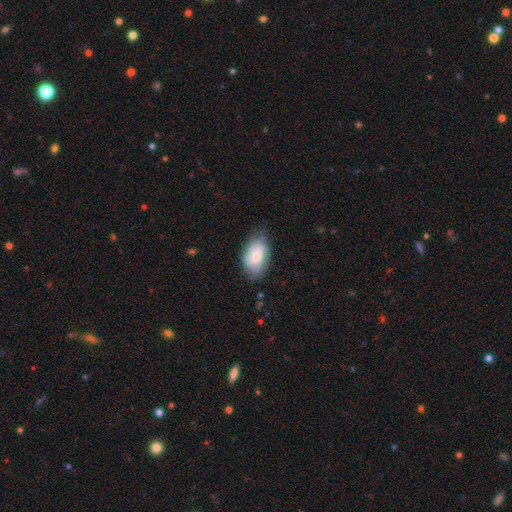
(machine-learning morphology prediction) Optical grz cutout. It shows a smooth galaxy with no disk features (67%) that is in between round and cigar-shaped (93%). Merging: none (67%).